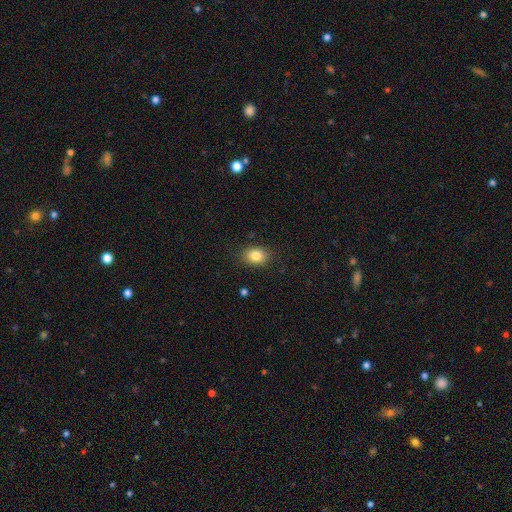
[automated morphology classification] smooth 84%, star or artifact 9%, featured or disk 7%. Down the decision tree: how rounded — in between (65%); merging — none (87%).